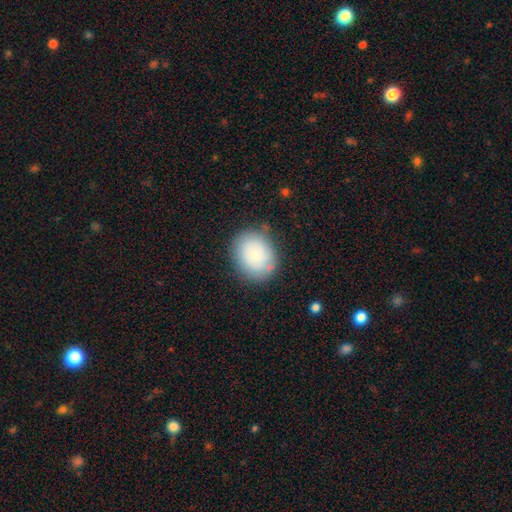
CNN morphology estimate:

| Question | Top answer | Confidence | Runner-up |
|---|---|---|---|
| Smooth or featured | smooth | 74% | featured or disk (17%) |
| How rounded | round | 60% | in between (39%) |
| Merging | none | 72% | minor disturbance (19%) |